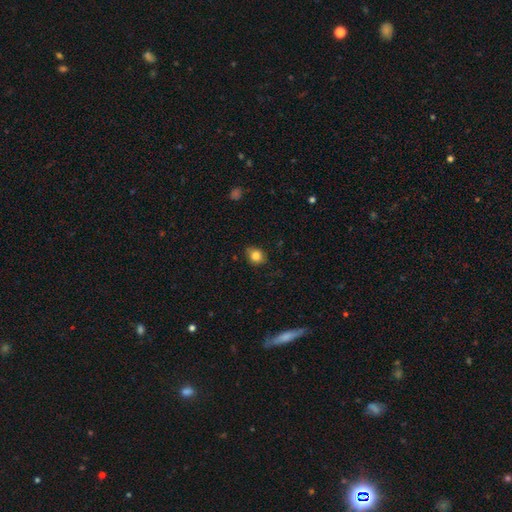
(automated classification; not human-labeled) smooth_or_featured: smooth (p=0.82) [alt: star or artifact p=0.10]
how_rounded: round (p=0.61) [alt: in between p=0.38]
merging: none (p=0.78) [alt: minor disturbance p=0.17]